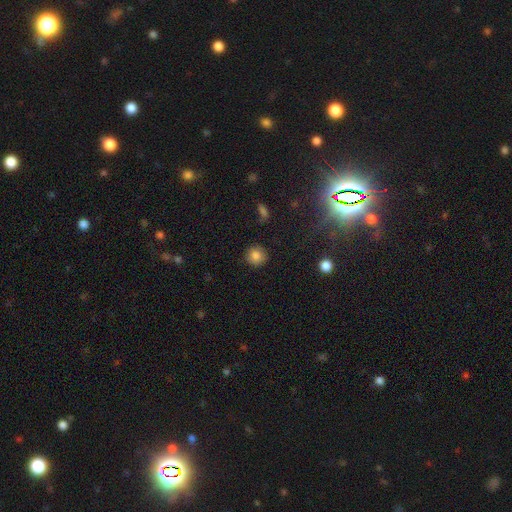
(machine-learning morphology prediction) A smooth galaxy with no disk features (82%) that is round (92%). Merging: none (87%).